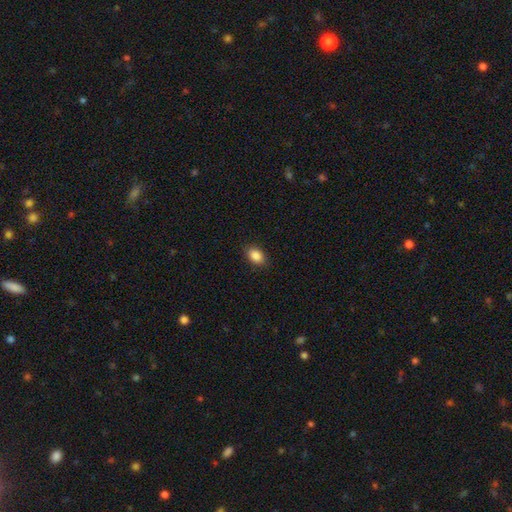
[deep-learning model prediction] smooth_or_featured: smooth (p=0.88) [alt: star or artifact p=0.08]
how_rounded: in between (p=0.83) [alt: round p=0.15]
merging: none (p=0.88) [alt: minor disturbance p=0.09]